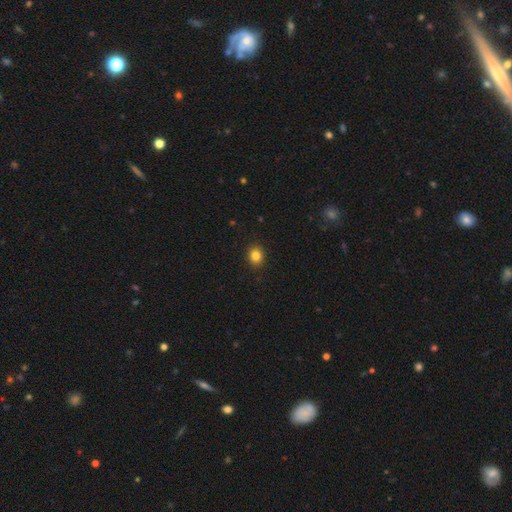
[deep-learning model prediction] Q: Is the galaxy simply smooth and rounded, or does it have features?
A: smooth — 84%.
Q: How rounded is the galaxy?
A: round — 70%.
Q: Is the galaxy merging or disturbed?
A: none — 91%.